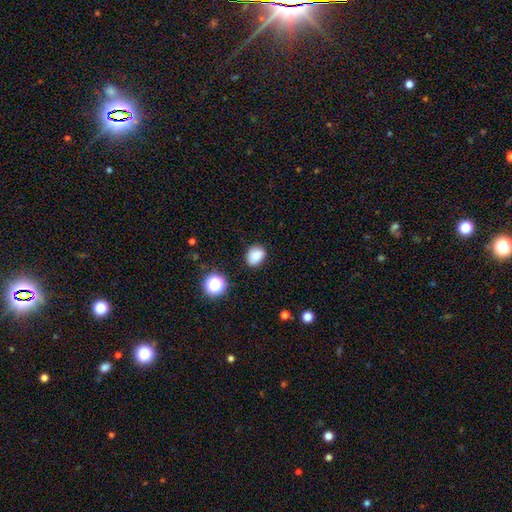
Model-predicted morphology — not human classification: Overall: smooth (84%). How rounded: in between (61%; round 38%). Merging: none (81%).